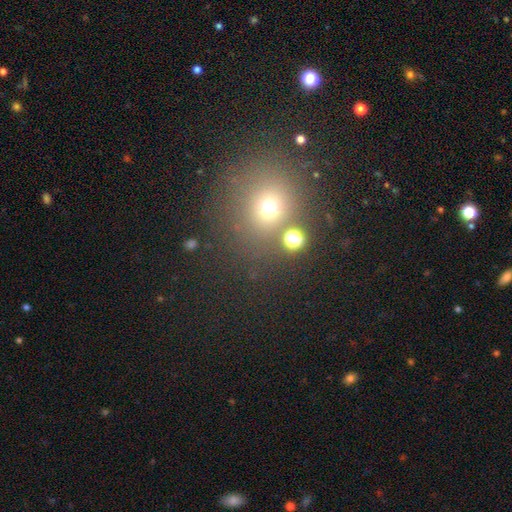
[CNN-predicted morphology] Smooth or featured?
  - smooth: 54% *
  - star or artifact: 36%
  - featured or disk: 10%
How rounded?
  - round: 82% *
  - in between: 17%
  - cigar-shaped: 1%
Merging?
  - none: 77% *
  - merger: 10%
  - minor disturbance: 9%
  - major disturbance: 4%